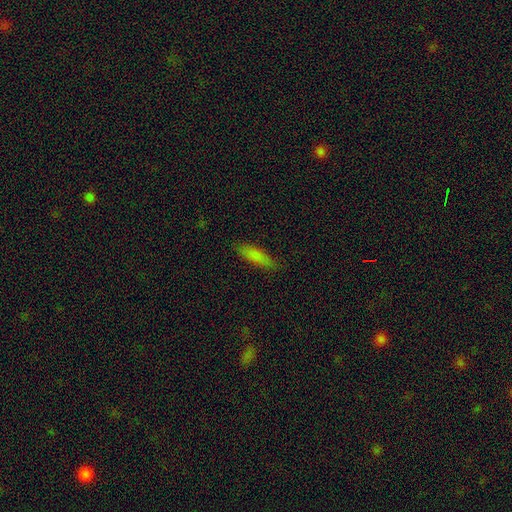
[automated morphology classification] smooth-or-featured: smooth: 83% | featured or disk: 9% | star or artifact: 8%
  how-rounded: cigar-shaped: 52% | in between: 47% | round: 2%
  merging: none: 83% | minor disturbance: 13% | major disturbance: 3% | merger: 1%